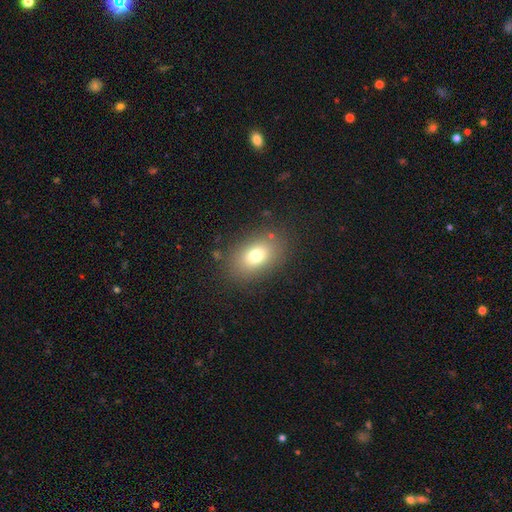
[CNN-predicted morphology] The model was most divided on "how rounded": in between: 79%, round: 19%, cigar-shaped: 1%. More confident: merging — none (82%); smooth or featured — smooth (75%).